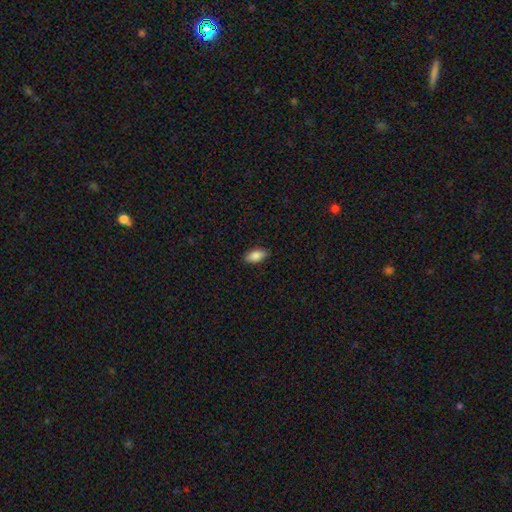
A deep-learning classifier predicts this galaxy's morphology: This is clearly a smooth galaxy (85%). How rounded: clearly in between (89%). Merging: clearly none (88%).